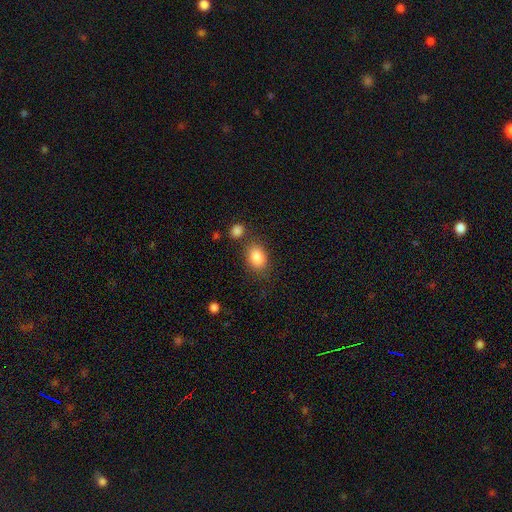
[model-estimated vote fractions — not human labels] smooth 87%, star or artifact 8%, featured or disk 6%. Down the decision tree: how rounded — in between (79%); merging — none (71%).